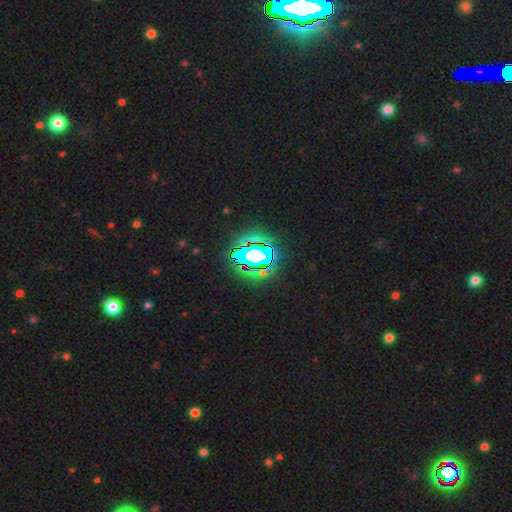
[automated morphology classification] Smooth or featured?
  - star or artifact: 66% *
  - smooth: 19%
  - featured or disk: 15%